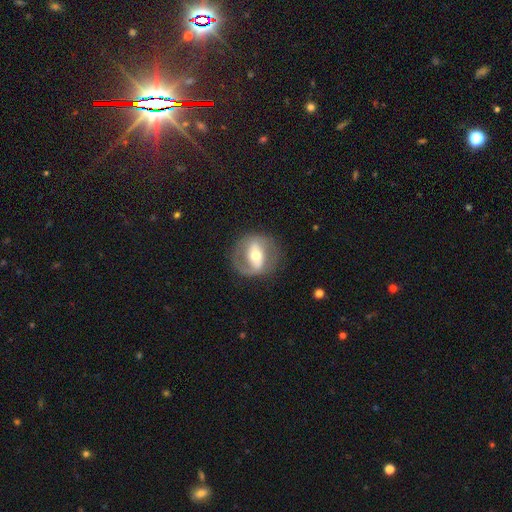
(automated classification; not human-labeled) Morphology: type=featured or disk (67%); edge-on=no (93%); bar=strong (52%); spiral arms=yes (54%); bulge=moderate (66%); merging=none (77%).